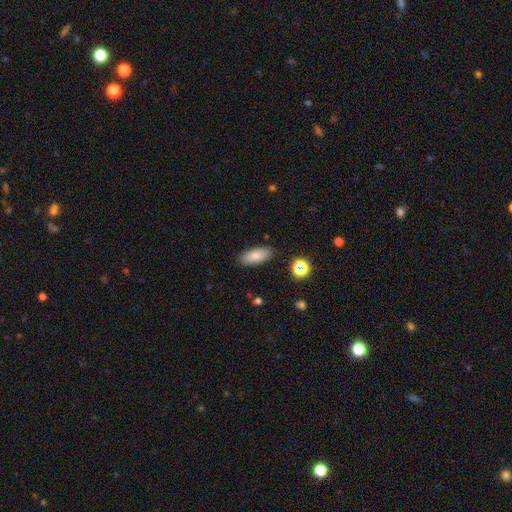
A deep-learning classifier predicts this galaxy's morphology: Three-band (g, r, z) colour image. It shows a smooth galaxy with no disk features (81%) that is in between round and cigar-shaped (81%). Merging: none (87%).